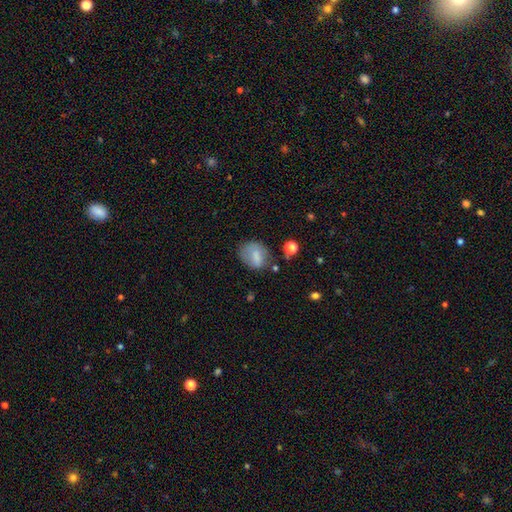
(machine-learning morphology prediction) smooth-or-featured: smooth: 73% | featured or disk: 17% | star or artifact: 10%
  how-rounded: in between: 56% | round: 43% | cigar-shaped: 2%
  merging: none: 56% | minor disturbance: 27% | major disturbance: 13% | merger: 4%